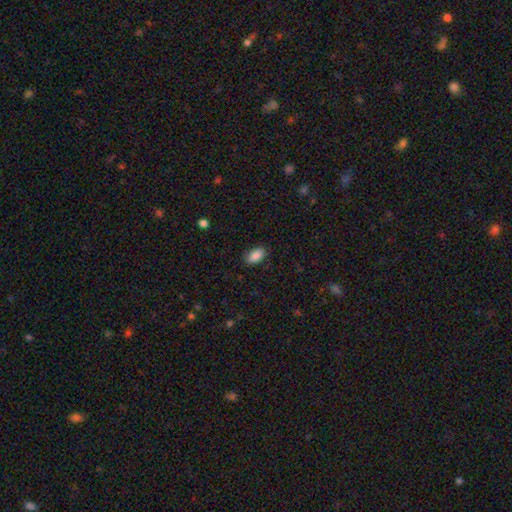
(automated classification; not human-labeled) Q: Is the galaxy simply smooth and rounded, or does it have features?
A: smooth — 88%.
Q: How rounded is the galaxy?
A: in between — 92%.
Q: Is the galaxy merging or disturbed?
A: none — 85%.